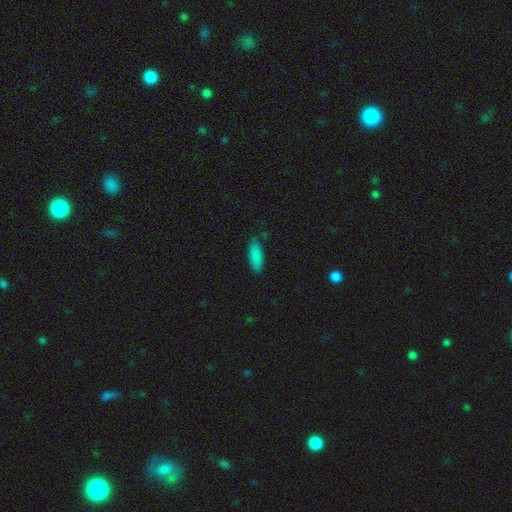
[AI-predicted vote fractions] smooth 87%, star or artifact 7%, featured or disk 6%. Down the decision tree: how rounded — in between (64%); merging — none (85%).